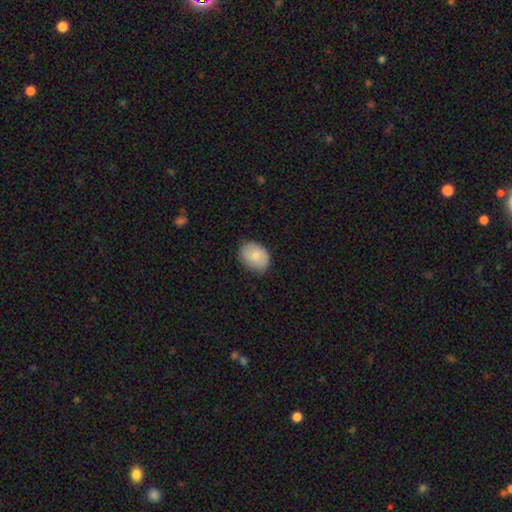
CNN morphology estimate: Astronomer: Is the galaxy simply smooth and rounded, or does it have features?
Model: smooth — 84%.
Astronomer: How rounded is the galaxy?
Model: in between — 69%.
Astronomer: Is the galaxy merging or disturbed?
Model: none — 78%.